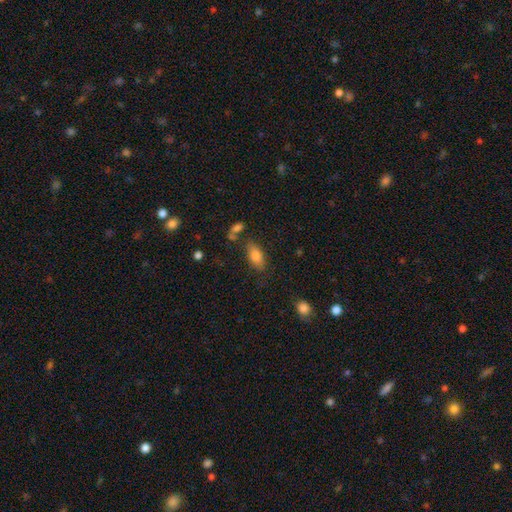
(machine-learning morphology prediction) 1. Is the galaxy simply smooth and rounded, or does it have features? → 81% smooth, 11% featured or disk, 9% star or artifact.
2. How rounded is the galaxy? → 86% in between, 11% cigar-shaped, 3% round.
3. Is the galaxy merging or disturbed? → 72% none, 15% minor disturbance, 8% merger, 5% major disturbance.